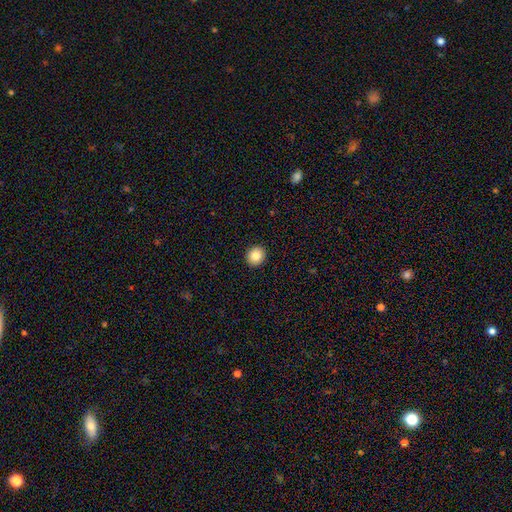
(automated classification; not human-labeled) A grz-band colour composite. It shows a smooth galaxy with no disk features (84%) that is round (86%). Merging: none (93%).